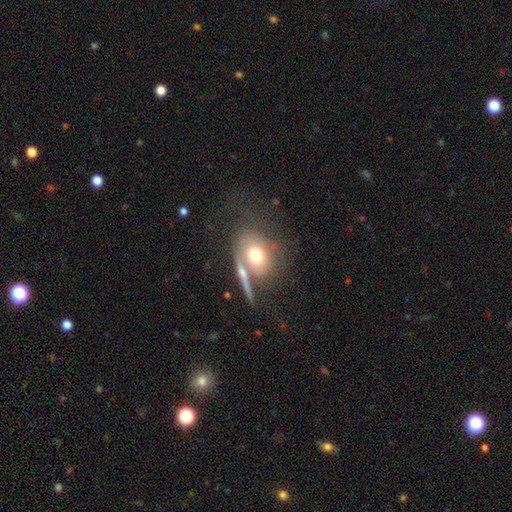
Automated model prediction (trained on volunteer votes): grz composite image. It shows a smooth galaxy with no disk features (64%) that is in between round and cigar-shaped (50%). Merging: none (49%).